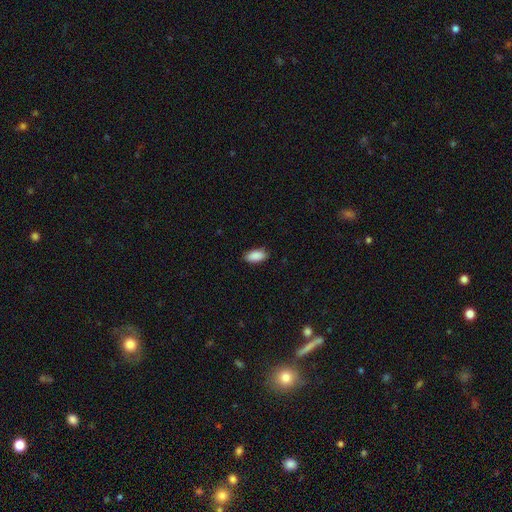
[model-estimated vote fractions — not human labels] smooth-or-featured: smooth: 91% | star or artifact: 7% | featured or disk: 3%
  how-rounded: in between: 93% | cigar-shaped: 5% | round: 2%
  merging: none: 87% | minor disturbance: 10% | major disturbance: 2% | merger: 1%